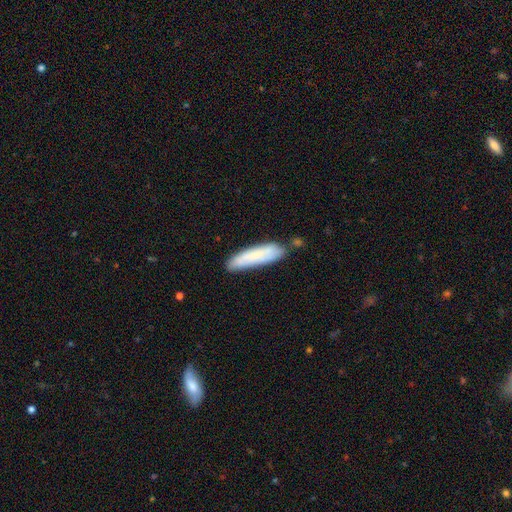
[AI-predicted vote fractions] Morphology: type=smooth (76%); roundness=cigar-shaped (74%); merging=none (70%).